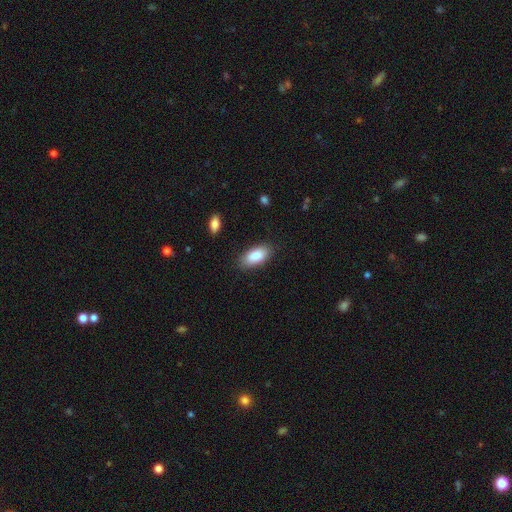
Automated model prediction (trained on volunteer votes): Smooth or featured: smooth — 86% (featured or disk — 7%)
How rounded: in between — 91% (cigar-shaped — 7%)
Merging: none — 85% (minor disturbance — 11%)